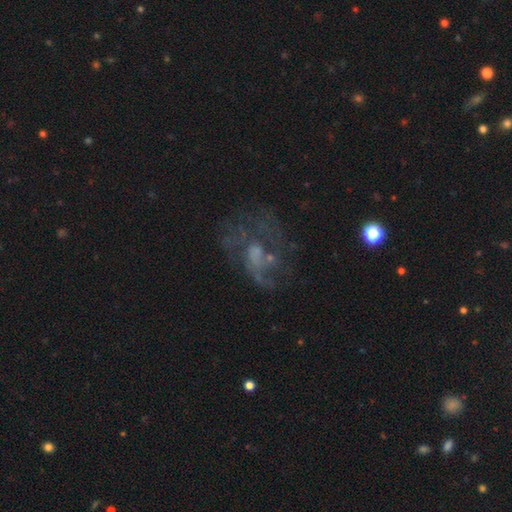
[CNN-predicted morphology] The model was most divided on "bulge size": none: 36%, small: 35%, moderate: 24%, large: 3%, dominant: 1%. Remaining: edge-on disk — no (97%); bar — no (75%); smooth or featured — featured or disk (66%); spiral arms — yes (57%); merging — none (41%).